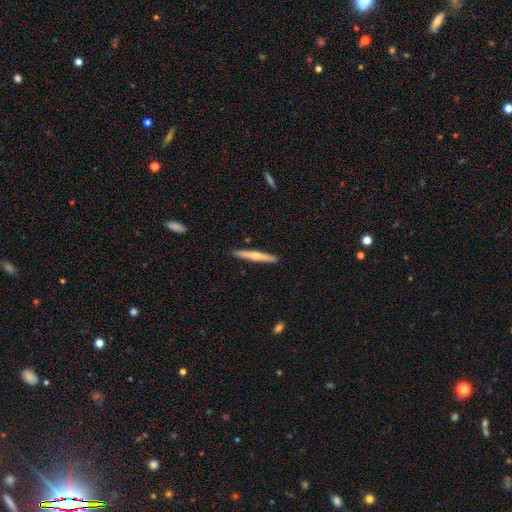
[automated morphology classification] This appears to be a smooth galaxy with no disk features (53%) that is cigar-shaped (95%). Merging: none (91%).